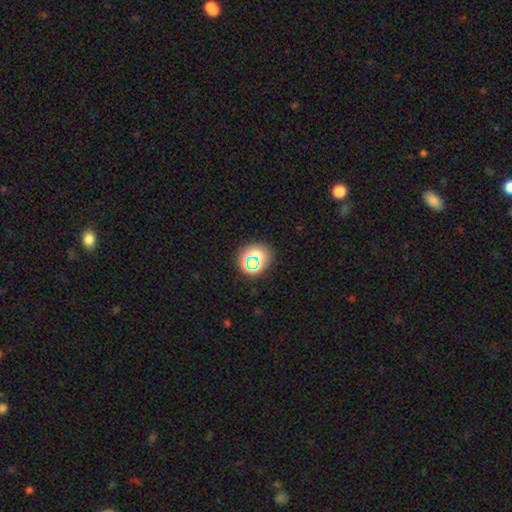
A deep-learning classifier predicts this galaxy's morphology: The model was most divided on "smooth or featured": star or artifact: 46%, smooth: 43%, featured or disk: 12%.